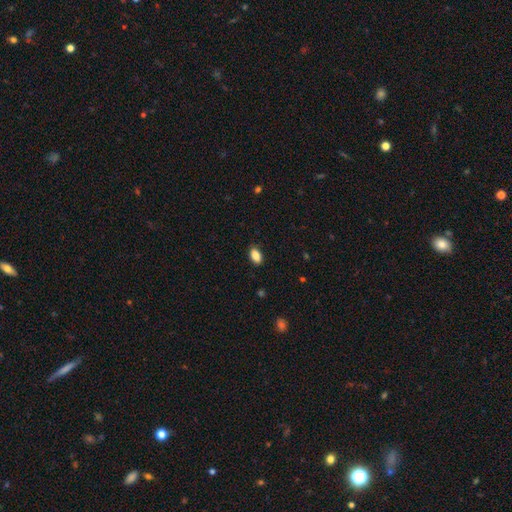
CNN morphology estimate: A smooth galaxy with no disk features (87%) that is in between round and cigar-shaped (91%). Merging: none (87%).